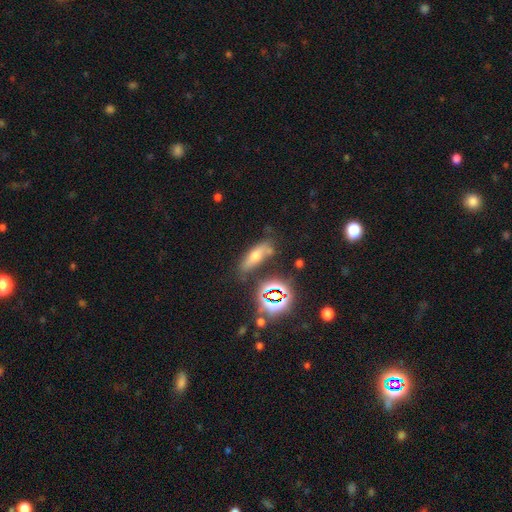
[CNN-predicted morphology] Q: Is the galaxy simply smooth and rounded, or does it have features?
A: smooth — 51%.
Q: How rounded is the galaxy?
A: in between — 51%.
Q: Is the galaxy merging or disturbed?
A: none — 67%.